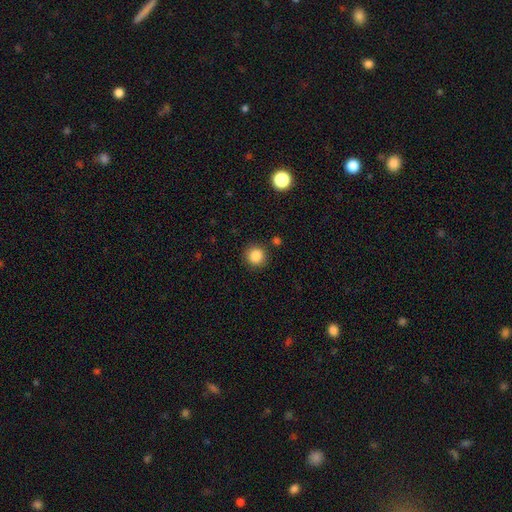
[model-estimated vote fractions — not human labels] smooth 87%, star or artifact 10%, featured or disk 4%. Down the decision tree: how rounded — round (93%); merging — none (88%).